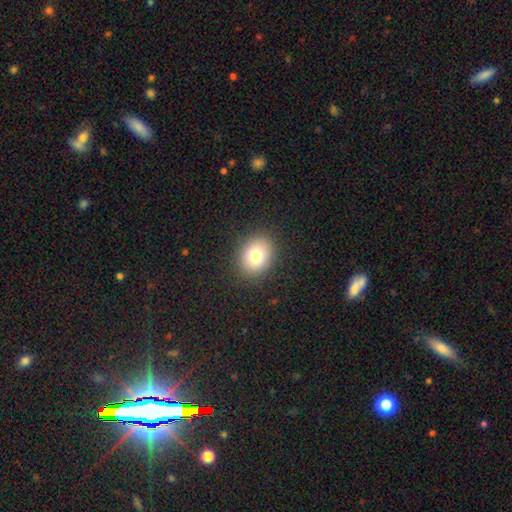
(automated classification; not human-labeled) Overall: smooth (77%). How rounded: round (55%; in between 45%). Merging: none (89%).